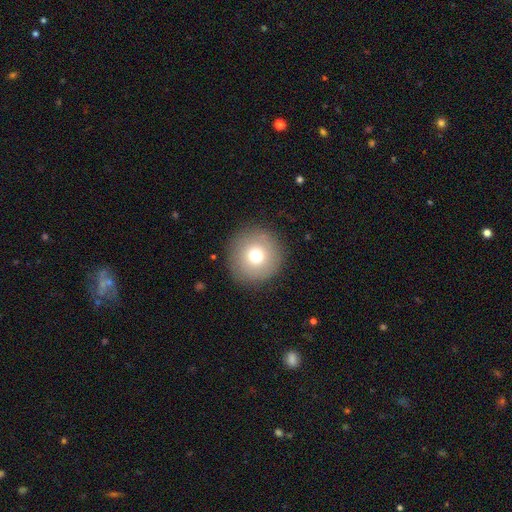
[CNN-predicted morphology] This appears to be a smooth galaxy with no disk features (73%) that is round (96%). Merging: none (89%).